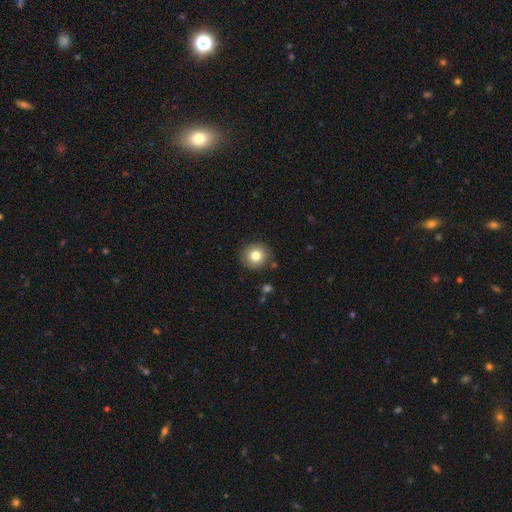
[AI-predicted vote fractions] A smooth galaxy with no disk features (81%) that is round (92%).

Vote fractions:
- Smooth or featured? smooth: 81% / star or artifact: 10% / featured or disk: 9%
- How rounded? round: 92% / in between: 7% / cigar-shaped: 1%
- Merging? none: 88% / minor disturbance: 8% / major disturbance: 2% / merger: 2%